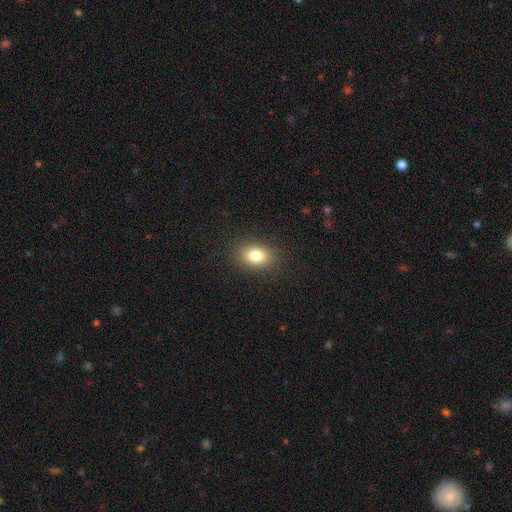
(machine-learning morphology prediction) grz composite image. It shows a smooth galaxy with no disk features (80%) that is in between round and cigar-shaped (75%). Merging: none (87%).